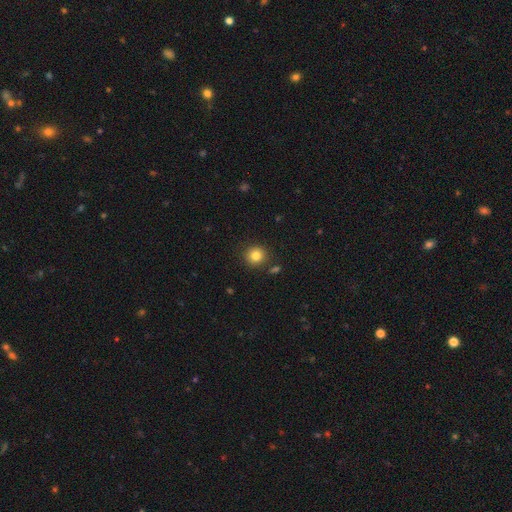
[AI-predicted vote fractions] Smooth or featured?
  - smooth: 83% *
  - star or artifact: 11%
  - featured or disk: 6%
How rounded?
  - round: 92% *
  - in between: 7%
  - cigar-shaped: 1%
Merging?
  - none: 87% *
  - minor disturbance: 7%
  - merger: 4%
  - major disturbance: 2%